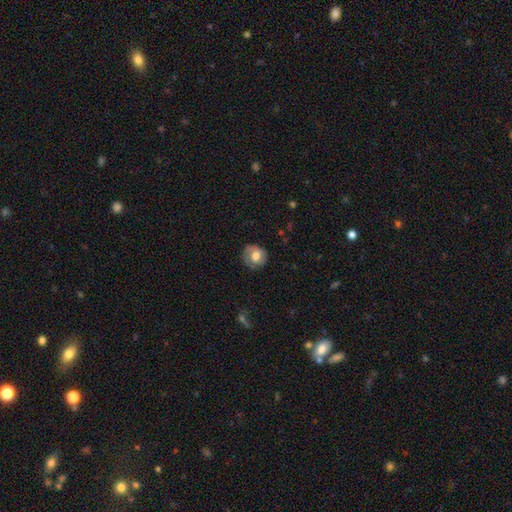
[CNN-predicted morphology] smooth-or-featured: smooth: 61% | featured or disk: 31% | star or artifact: 8%
  how-rounded: round: 82% | in between: 17% | cigar-shaped: 1%
  merging: none: 74% | minor disturbance: 19% | major disturbance: 6% | merger: 1%